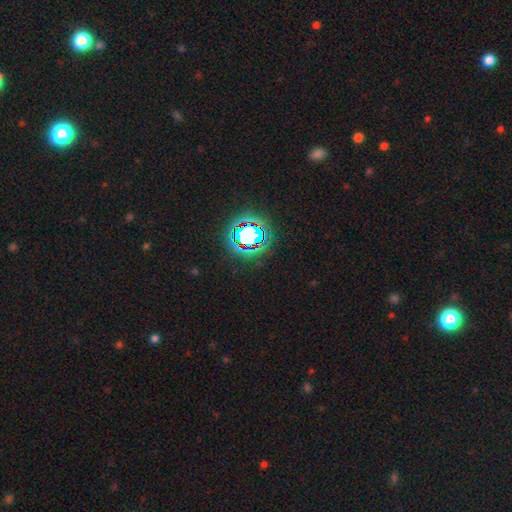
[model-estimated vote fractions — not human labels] smooth-or-featured: star or artifact: 81% | smooth: 11% | featured or disk: 7%